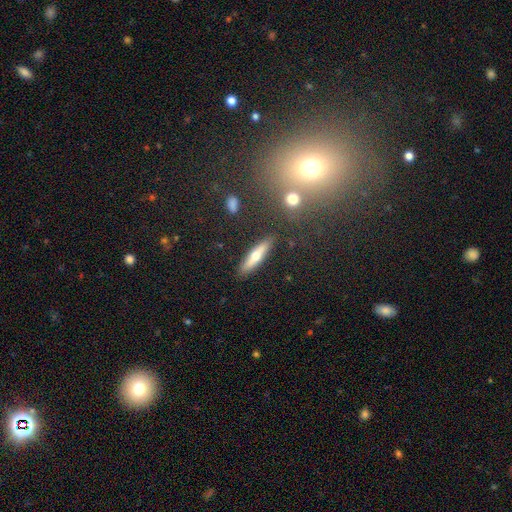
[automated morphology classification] A smooth galaxy with no disk features (56%) that is cigar-shaped (79%).

Vote fractions:
- Smooth or featured? smooth: 56% / featured or disk: 37% / star or artifact: 7%
- How rounded? cigar-shaped: 79% / in between: 19% / round: 2%
- Merging? none: 87% / minor disturbance: 8% / major disturbance: 2% / merger: 2%